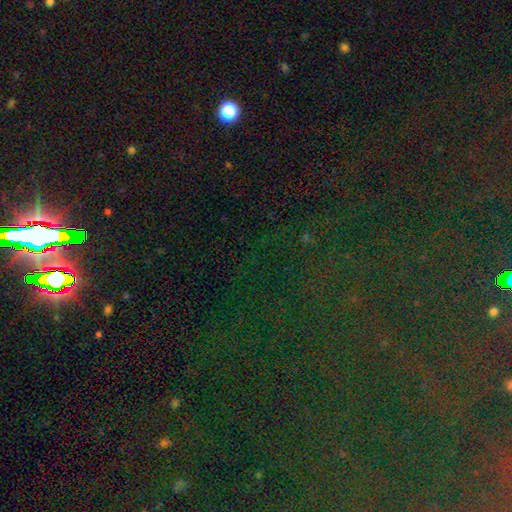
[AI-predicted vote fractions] Morphology: type=star or artifact (82%).